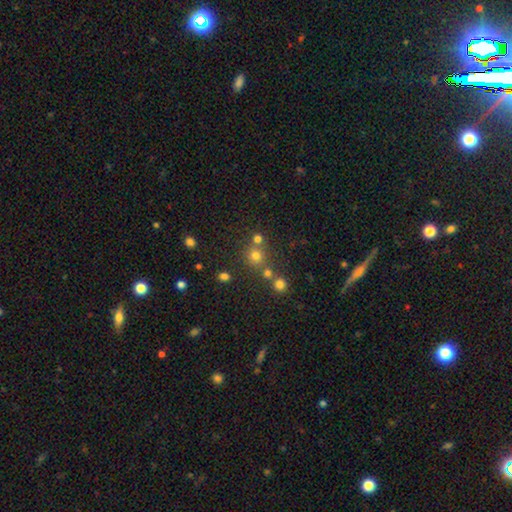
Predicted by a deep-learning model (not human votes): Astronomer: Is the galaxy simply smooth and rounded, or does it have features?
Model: smooth — 68%.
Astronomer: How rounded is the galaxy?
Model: round — 89%.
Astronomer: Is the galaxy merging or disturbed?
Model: none — 65%.